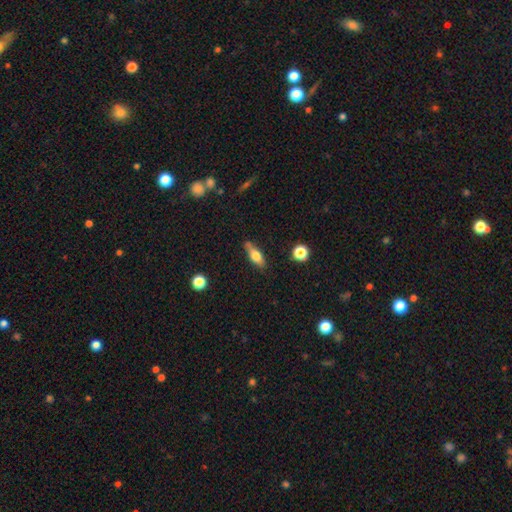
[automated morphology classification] Overall: smooth (61%; featured or disk 31%). How rounded: in between (56%; cigar-shaped 40%). Merging: none (72%).